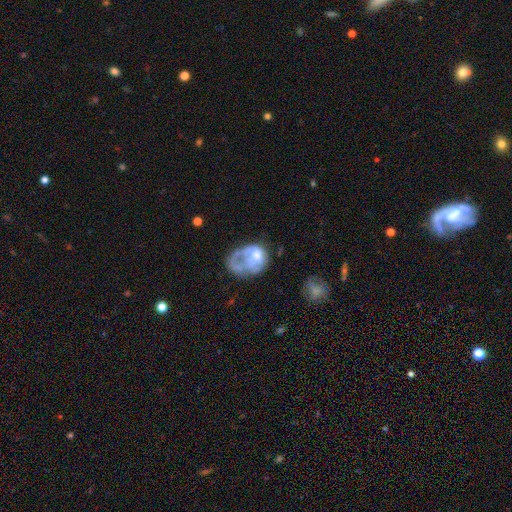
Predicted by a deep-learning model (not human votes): Smooth or featured?
  - featured or disk: 49% *
  - smooth: 41%
  - star or artifact: 10%
Merging?
  - major disturbance: 47% *
  - none: 23%
  - minor disturbance: 20%
  - merger: 10%